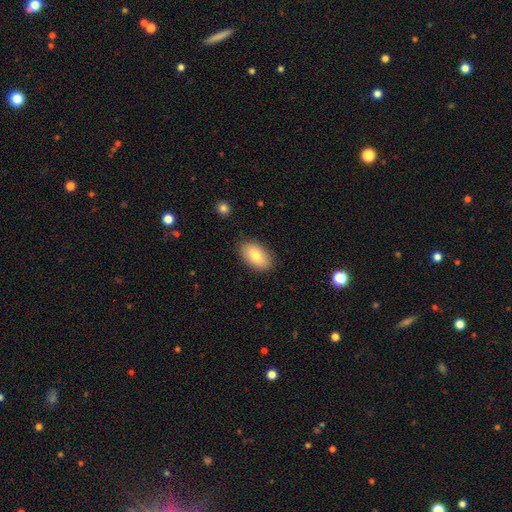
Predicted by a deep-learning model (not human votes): Smooth or featured: smooth — 80% (featured or disk — 13%)
How rounded: in between — 93% (round — 5%)
Merging: none — 86% (minor disturbance — 10%)